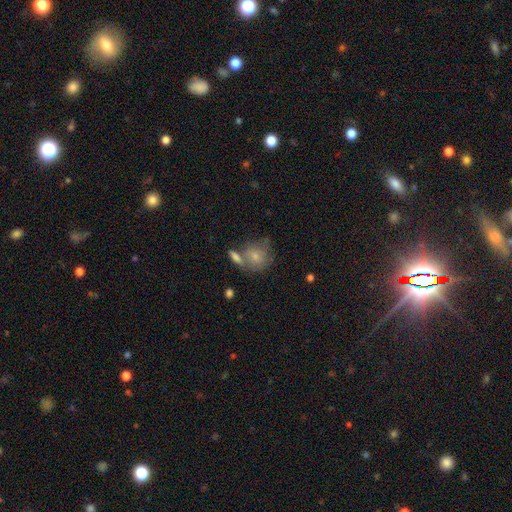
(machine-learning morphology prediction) Smooth or featured? Predicted: smooth (p=0.74). How rounded? Predicted: round (p=0.78). Merging? Predicted: none (p=0.47).